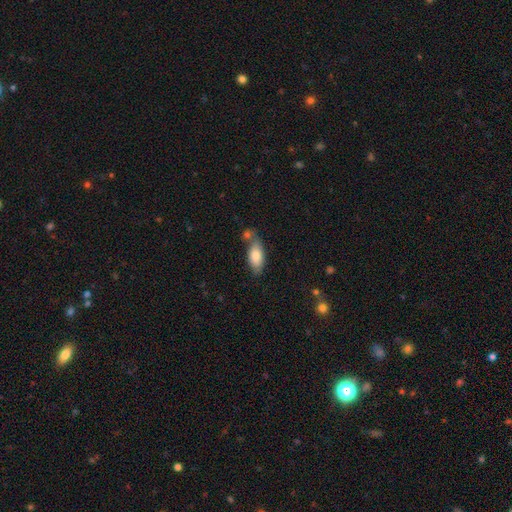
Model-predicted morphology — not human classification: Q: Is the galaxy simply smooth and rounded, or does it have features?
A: smooth — 80%.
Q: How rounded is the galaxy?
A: in between — 87%.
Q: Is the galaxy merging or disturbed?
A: none — 52%.